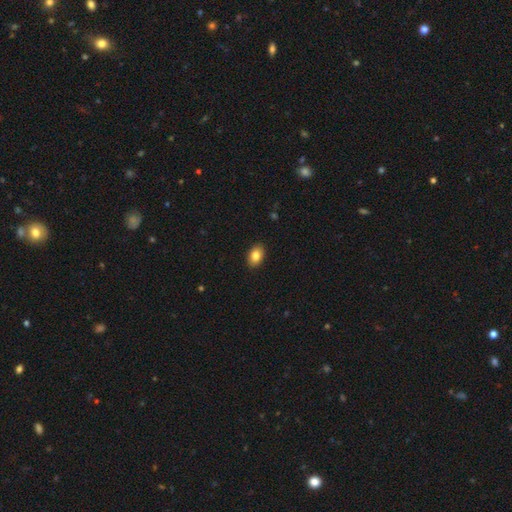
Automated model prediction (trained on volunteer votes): Smooth or featured? Predicted: smooth (p=0.84). How rounded? Predicted: in between (p=0.82). Merging? Predicted: none (p=0.90).